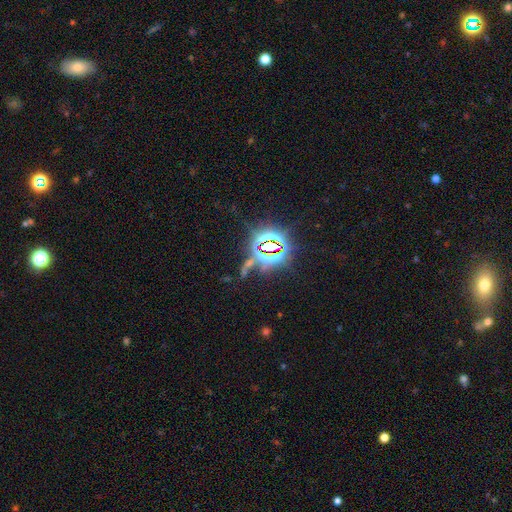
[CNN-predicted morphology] Smooth or featured?
  - star or artifact: 79% *
  - smooth: 14%
  - featured or disk: 7%